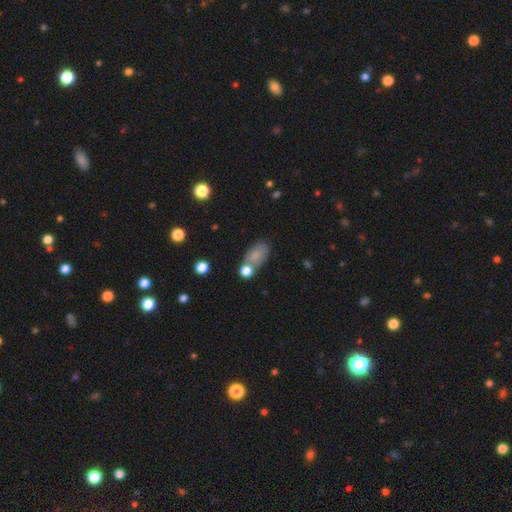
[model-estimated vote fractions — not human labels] This appears to be a smooth galaxy with no disk features (79%) that is in between round and cigar-shaped (87%). Merging: none (50%).